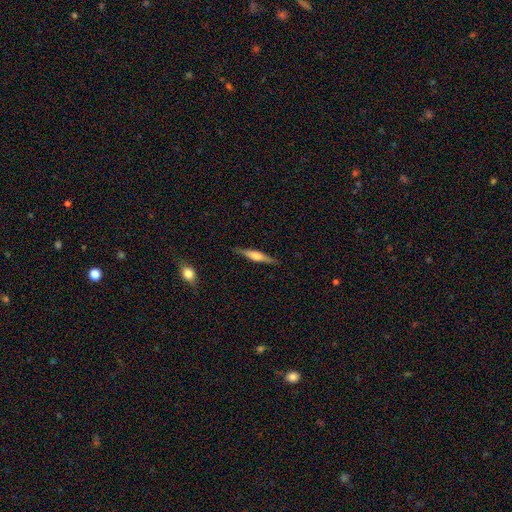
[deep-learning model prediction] Smooth or featured? Predicted: featured or disk (p=0.56). Edge-on disk? Predicted: yes (p=0.96). Edge-on bulge? Predicted: rounded (p=0.69). Merging? Predicted: none (p=0.87).